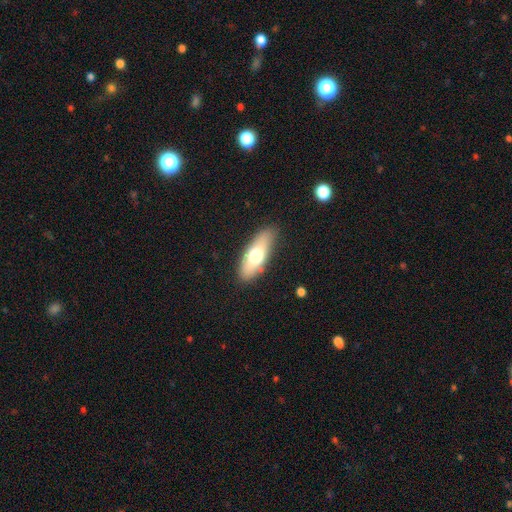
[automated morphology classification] Smooth or featured: smooth — 66% (featured or disk — 27%)
How rounded: in between — 65% (cigar-shaped — 32%)
Merging: none — 83% (minor disturbance — 12%)